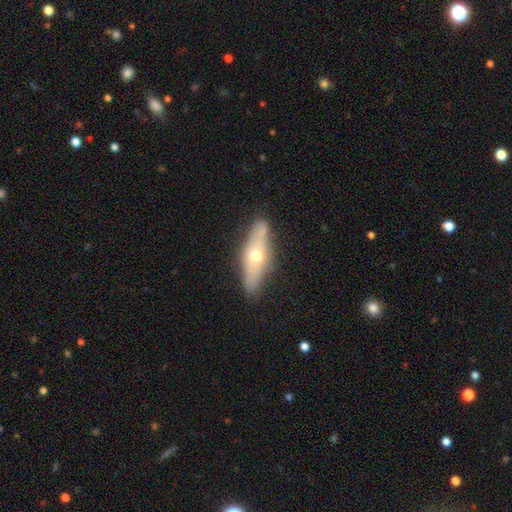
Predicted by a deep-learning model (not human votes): A featured or disk galaxy (53%) viewed edge-on (66%).

Vote fractions:
- Smooth or featured? featured or disk: 53% / smooth: 40% / star or artifact: 7%
- Edge-on disk? yes: 66% / no: 34%
- Merging? none: 77% / minor disturbance: 16% / major disturbance: 5% / merger: 3%